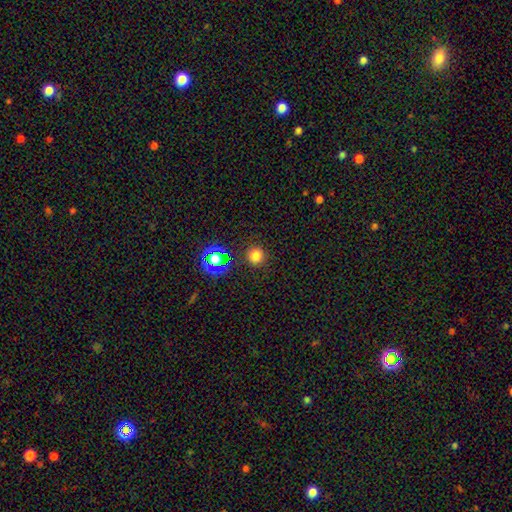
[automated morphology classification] This appears to be a smooth galaxy with no disk features (74%) that is round (92%). Merging: none (89%).